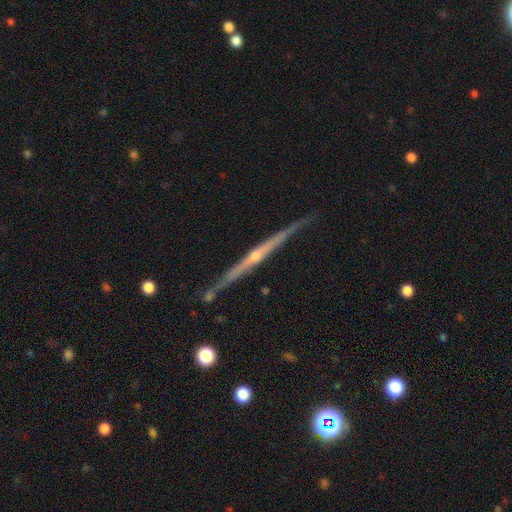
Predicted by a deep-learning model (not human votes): A featured or disk galaxy (85%) viewed edge-on (98%) with a rounded central bulge (72%). Merging: none (89%).